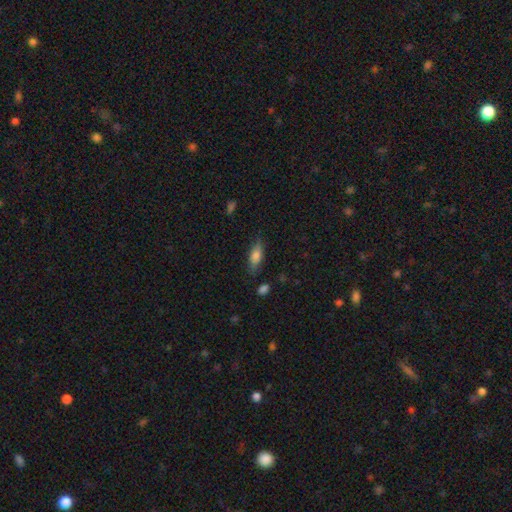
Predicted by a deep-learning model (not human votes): Smooth or featured? smooth (75%)
How rounded? in between (68%)
Merging? none (78%)